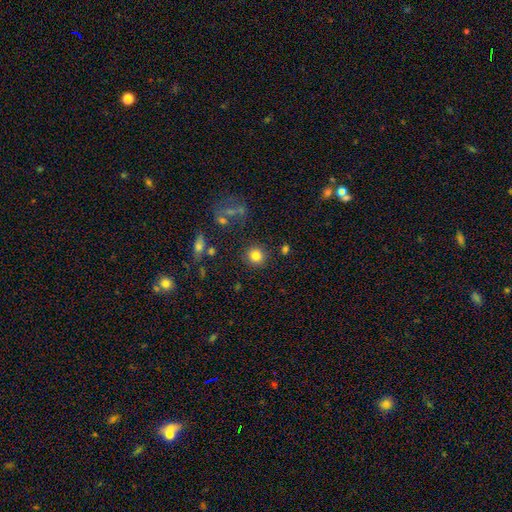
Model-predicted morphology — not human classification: smooth 82%, star or artifact 11%, featured or disk 7%. Down the decision tree: how rounded — round (91%); merging — none (88%).